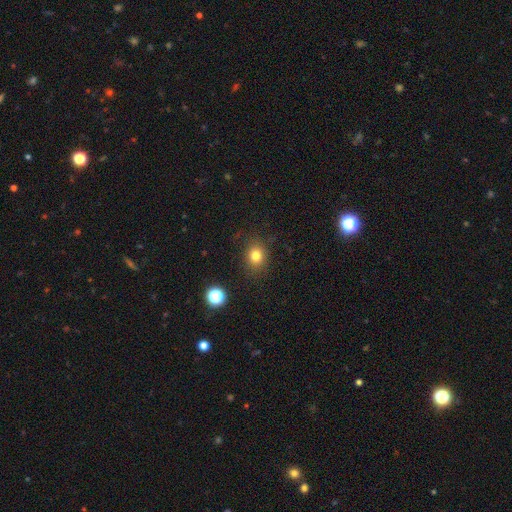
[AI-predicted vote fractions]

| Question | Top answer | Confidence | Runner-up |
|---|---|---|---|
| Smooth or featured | smooth | 79% | star or artifact (14%) |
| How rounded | round | 67% | in between (32%) |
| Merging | none | 85% | minor disturbance (10%) |